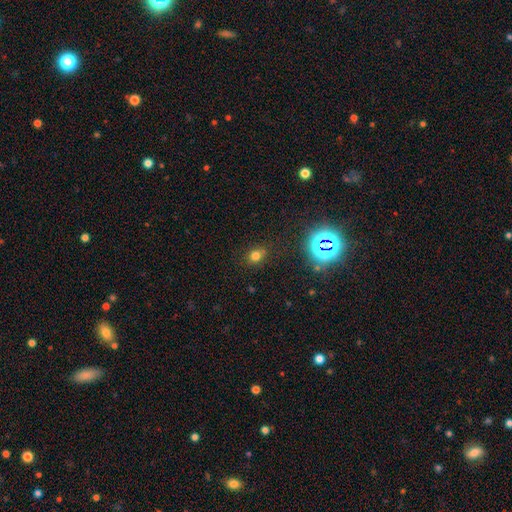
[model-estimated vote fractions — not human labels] smooth_or_featured: smooth (p=0.70) [alt: star or artifact p=0.23]
how_rounded: round (p=0.64) [alt: in between p=0.35]
merging: none (p=0.76) [alt: minor disturbance p=0.15]